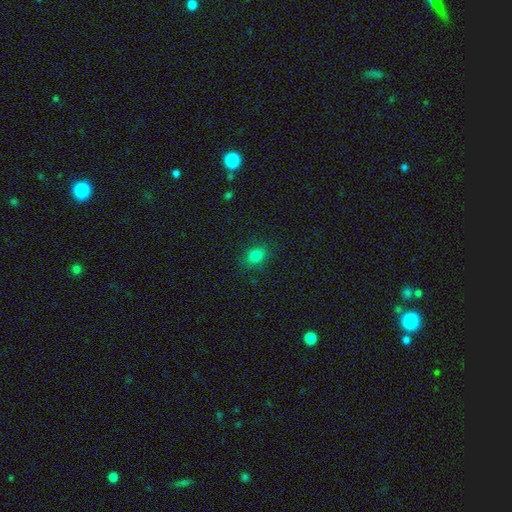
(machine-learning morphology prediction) A smooth galaxy with no disk features (81%) that is in between round and cigar-shaped (51%). Merging: none (85%).